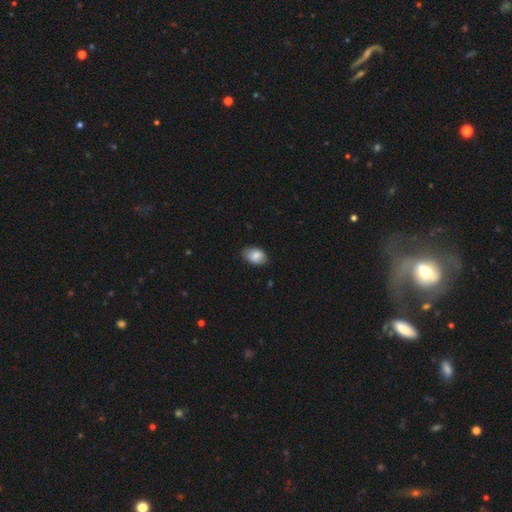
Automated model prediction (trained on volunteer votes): A smooth galaxy with no disk features (81%) that is in between round and cigar-shaped (88%).

Vote fractions:
- Smooth or featured? smooth: 81% / featured or disk: 12% / star or artifact: 7%
- How rounded? in between: 88% / round: 11% / cigar-shaped: 1%
- Merging? none: 76% / minor disturbance: 20% / major disturbance: 3% / merger: 1%